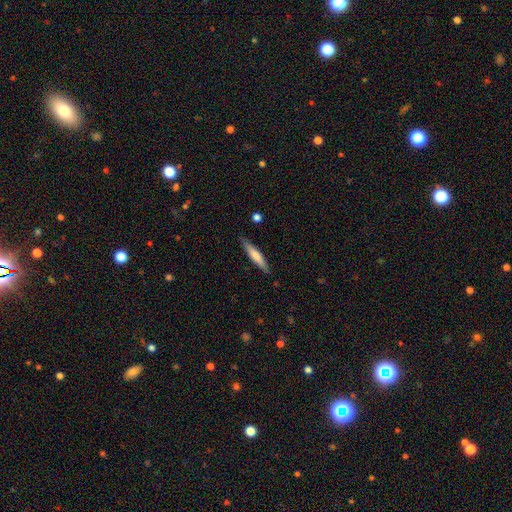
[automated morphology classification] Smooth or featured?
  - smooth: 61% *
  - featured or disk: 33%
  - star or artifact: 5%
How rounded?
  - cigar-shaped: 90% *
  - in between: 9%
  - round: 1%
Merging?
  - none: 87% *
  - minor disturbance: 10%
  - major disturbance: 2%
  - merger: 1%